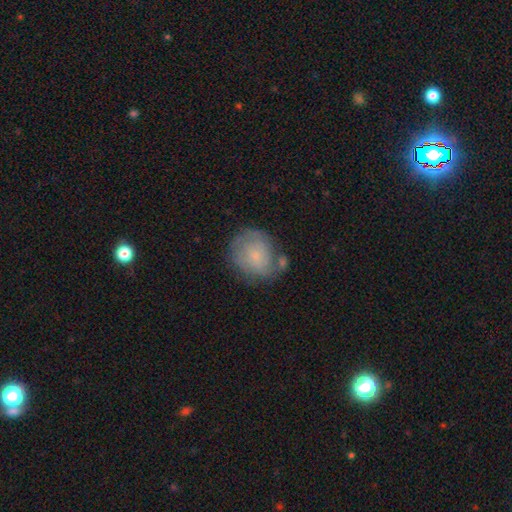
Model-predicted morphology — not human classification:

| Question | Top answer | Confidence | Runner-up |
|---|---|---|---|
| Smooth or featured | smooth | 55% | featured or disk (37%) |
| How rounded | round | 79% | in between (20%) |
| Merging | none | 55% | minor disturbance (23%) |